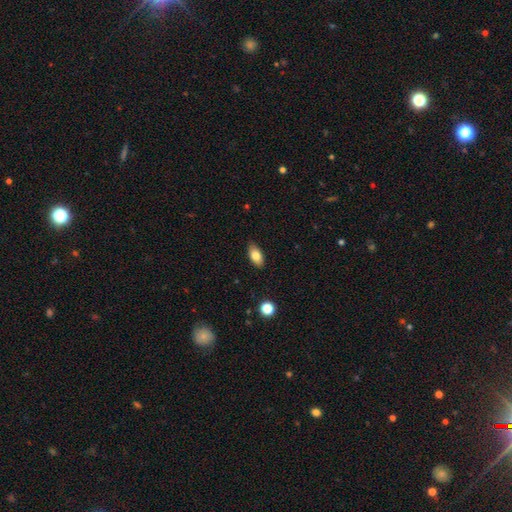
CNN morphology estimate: smooth-or-featured: smooth: 81% | featured or disk: 11% | star or artifact: 8%
  how-rounded: in between: 90% | cigar-shaped: 5% | round: 5%
  merging: none: 86% | minor disturbance: 11% | major disturbance: 2% | merger: 1%